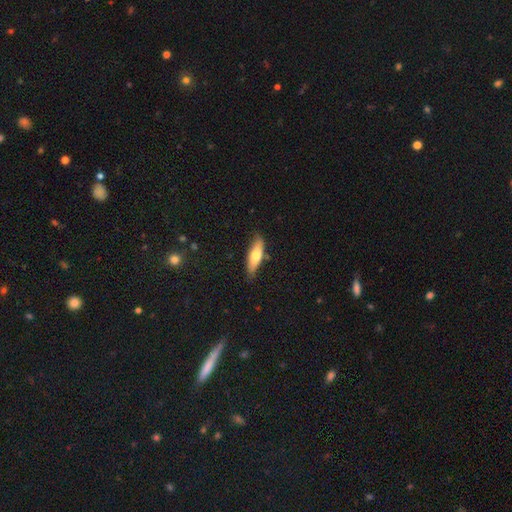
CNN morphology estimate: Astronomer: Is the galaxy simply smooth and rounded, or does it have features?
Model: smooth — 65%.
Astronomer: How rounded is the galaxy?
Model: in between — 51% (runner-up: cigar-shaped, 47%).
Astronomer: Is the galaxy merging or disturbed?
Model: none — 80%.